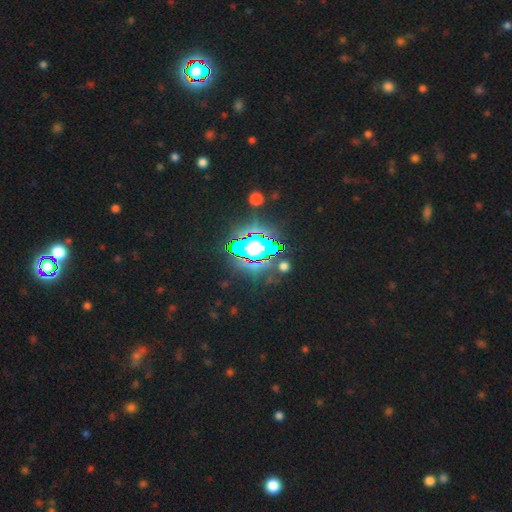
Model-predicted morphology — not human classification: Smooth or featured: star or artifact — 83% (smooth — 10%)